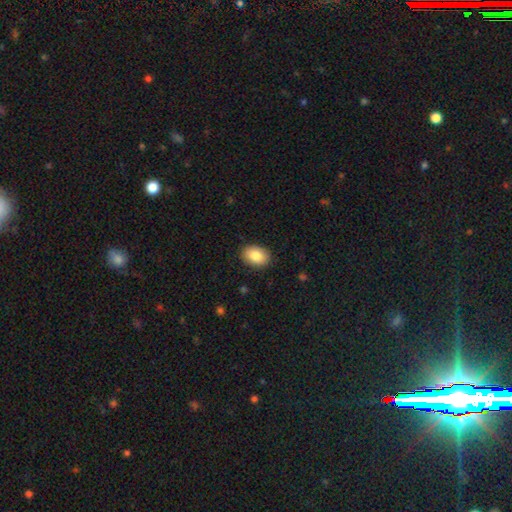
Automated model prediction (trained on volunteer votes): This appears to be a smooth galaxy with no disk features (86%) that is in between round and cigar-shaped (78%). Merging: none (89%).